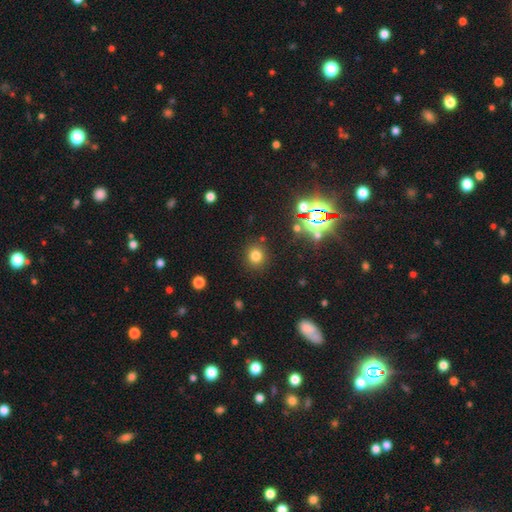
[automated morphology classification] The model was most divided on "smooth or featured": smooth: 74%, star or artifact: 19%, featured or disk: 6%. More confident: merging — none (87%); how rounded — round (86%).